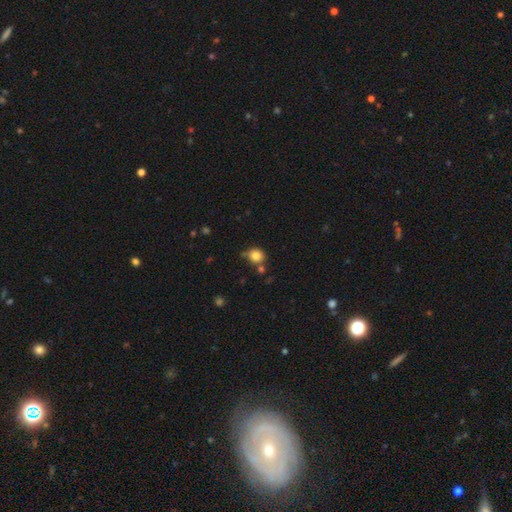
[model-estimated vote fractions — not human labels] smooth 83%, star or artifact 11%, featured or disk 6%. Down the decision tree: how rounded — round (84%); merging — none (68%).